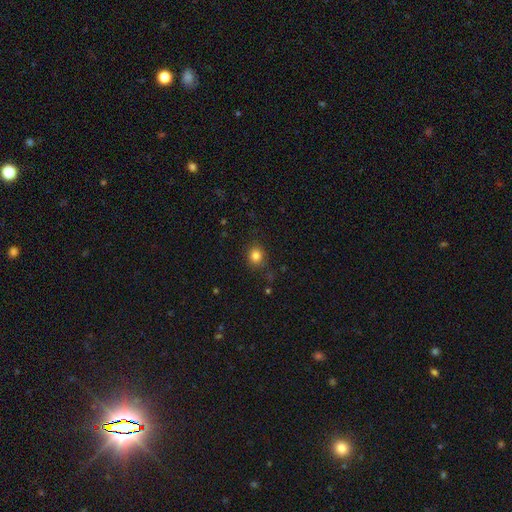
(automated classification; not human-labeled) Morphology: type=smooth (83%); roundness=round (78%); merging=none (84%).